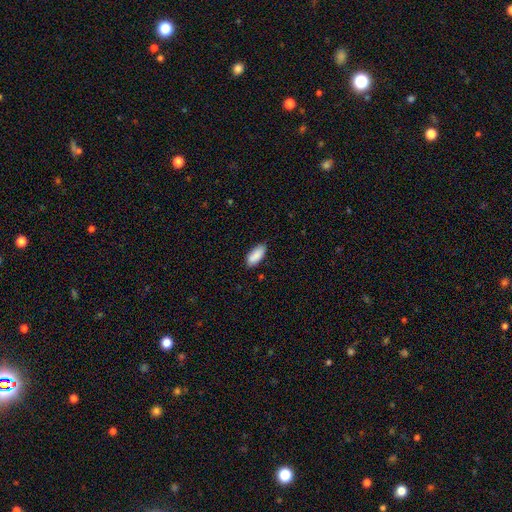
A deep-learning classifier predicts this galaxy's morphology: smooth-or-featured: smooth: 89% | star or artifact: 6% | featured or disk: 5%
  how-rounded: in between: 84% | cigar-shaped: 14% | round: 2%
  merging: none: 79% | minor disturbance: 17% | major disturbance: 2% | merger: 1%